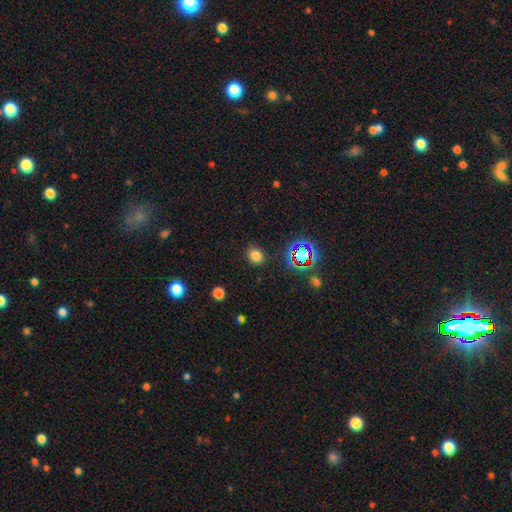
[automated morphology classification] Overall: smooth (75%). How rounded: round (70%). Merging: none (86%).